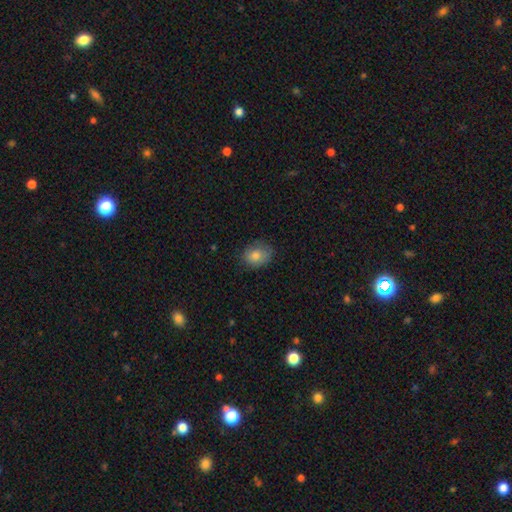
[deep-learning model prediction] A smooth galaxy with no disk features (80%) that is in between round and cigar-shaped (56%).

Vote fractions:
- Smooth or featured? smooth: 80% / featured or disk: 11% / star or artifact: 9%
- How rounded? in between: 56% / round: 43% / cigar-shaped: 1%
- Merging? none: 77% / minor disturbance: 18% / major disturbance: 4% / merger: 1%